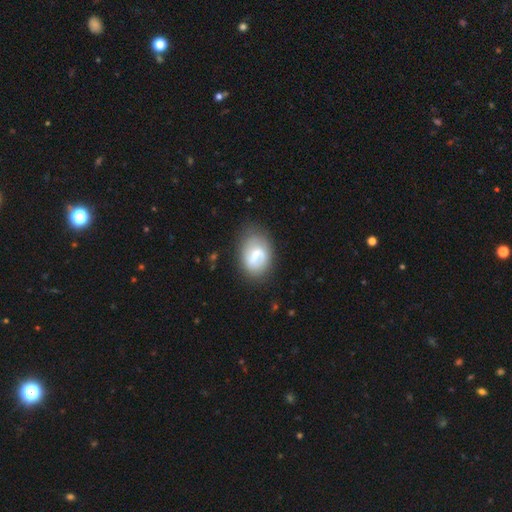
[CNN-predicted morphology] A featured or disk galaxy (57%) with a weak bar (51%), spiral arms (71%) and a moderate central bulge (41%). Merging: none (67%).